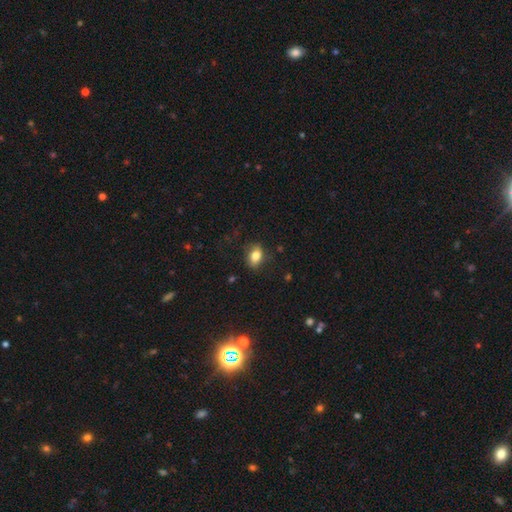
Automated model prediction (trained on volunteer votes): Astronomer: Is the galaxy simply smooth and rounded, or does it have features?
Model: smooth — 79%.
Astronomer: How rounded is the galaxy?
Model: in between — 81%.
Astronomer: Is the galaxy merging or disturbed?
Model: none — 79%.